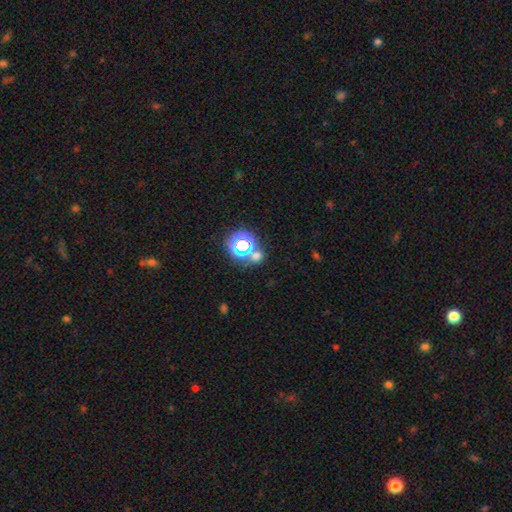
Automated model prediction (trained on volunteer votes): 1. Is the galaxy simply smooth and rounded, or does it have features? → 47% star or artifact, 45% smooth, 9% featured or disk.